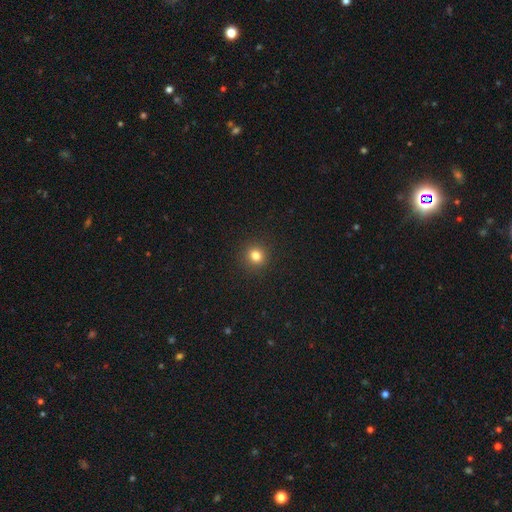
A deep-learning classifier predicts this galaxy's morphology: This appears to be a smooth galaxy with no disk features (81%) that is round (89%). Merging: none (92%).